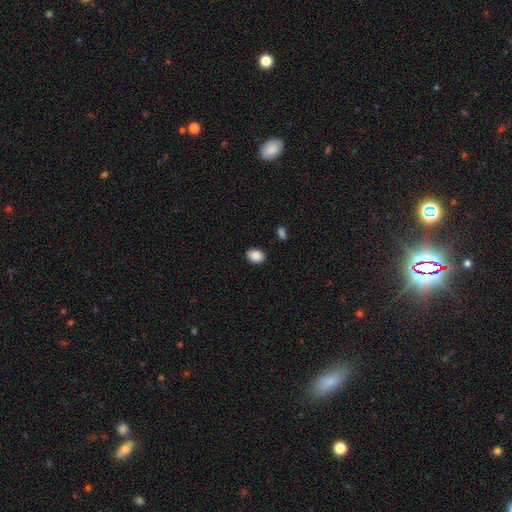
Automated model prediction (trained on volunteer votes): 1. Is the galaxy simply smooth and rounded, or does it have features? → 89% smooth, 8% star or artifact, 4% featured or disk.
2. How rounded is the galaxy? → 67% in between, 32% round, 1% cigar-shaped.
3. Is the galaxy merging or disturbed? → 87% none, 9% minor disturbance, 2% major disturbance, 2% merger.